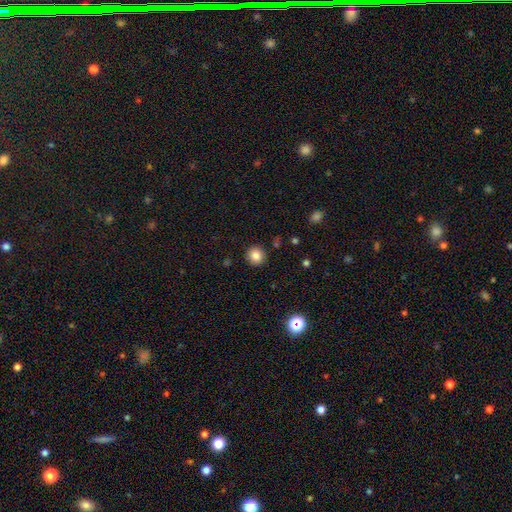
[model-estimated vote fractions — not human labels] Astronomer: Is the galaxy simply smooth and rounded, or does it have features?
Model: smooth — 84%.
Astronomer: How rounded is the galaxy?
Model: round — 90%.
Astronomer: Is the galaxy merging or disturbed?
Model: none — 91%.